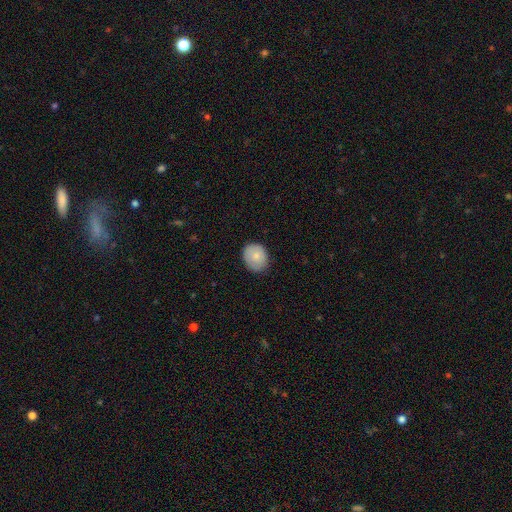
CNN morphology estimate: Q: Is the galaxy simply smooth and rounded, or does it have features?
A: smooth — 77%.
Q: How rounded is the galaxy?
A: round — 58%.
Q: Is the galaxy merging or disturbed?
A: none — 80%.